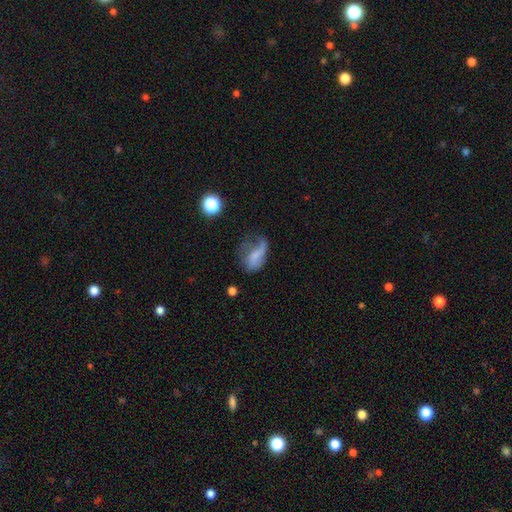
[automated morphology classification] Q: Smooth or featured?
A: smooth (45%); runner-up: featured or disk (44%)
Q: Merging?
A: major disturbance (42%); runner-up: none (28%)